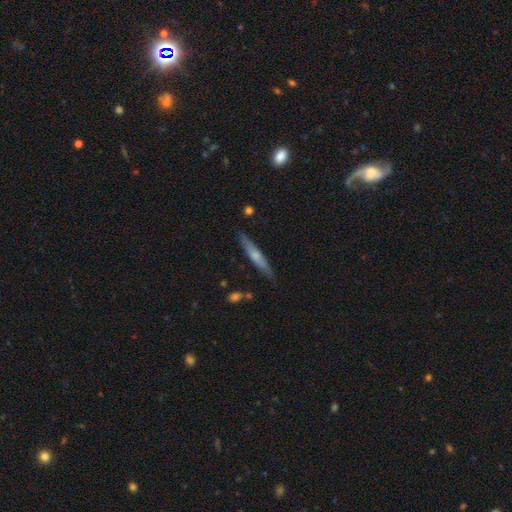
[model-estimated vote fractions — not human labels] smooth 49%, featured or disk 45%, star or artifact 6%. Down the decision tree: merging — none (85%).